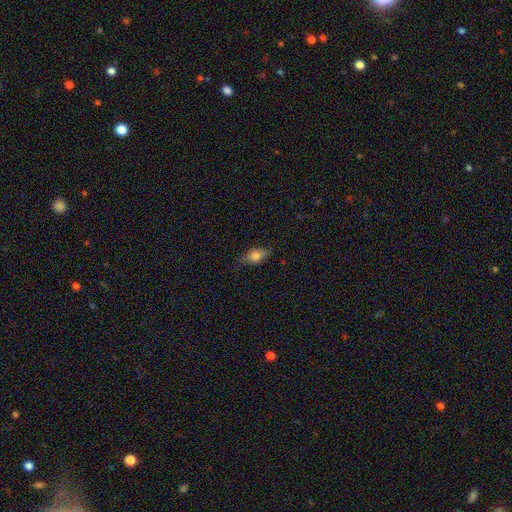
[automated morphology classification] smooth 74%, featured or disk 18%, star or artifact 9%. Down the decision tree: how rounded — in between (80%); merging — none (72%).